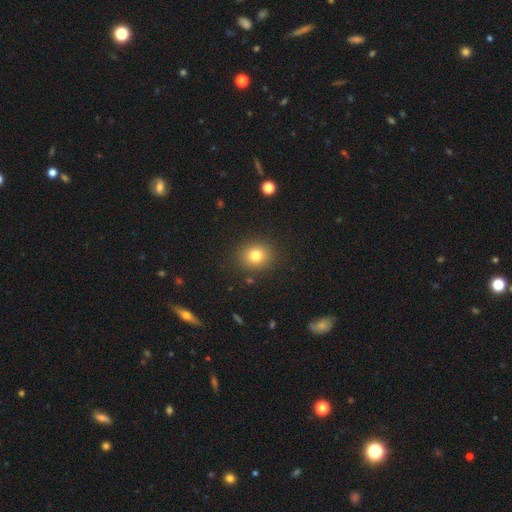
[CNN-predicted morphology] A smooth galaxy with no disk features (79%) that is round (77%). Merging: none (88%).